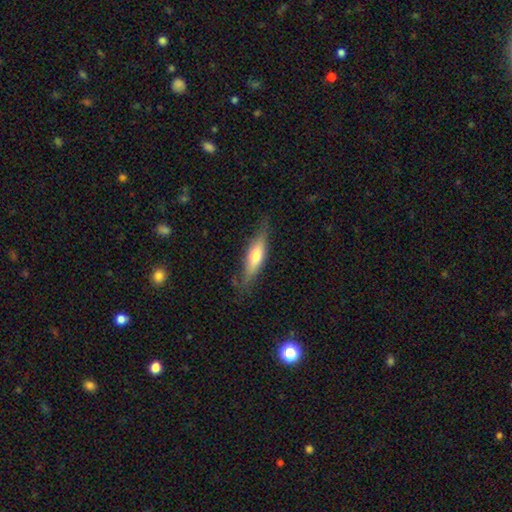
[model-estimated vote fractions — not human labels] smooth-or-featured: smooth: 53% | featured or disk: 41% | star or artifact: 6%
  how-rounded: cigar-shaped: 59% | in between: 39% | round: 2%
  merging: none: 74% | minor disturbance: 20% | major disturbance: 5% | merger: 1%